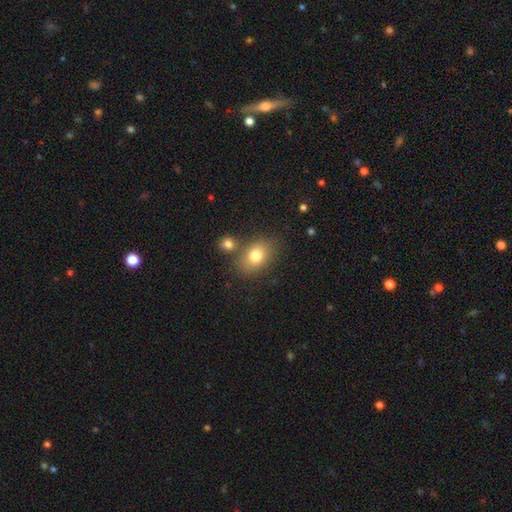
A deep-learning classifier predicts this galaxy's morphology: A smooth galaxy with no disk features (78%) that is in between round and cigar-shaped (74%). Merging: none (67%).